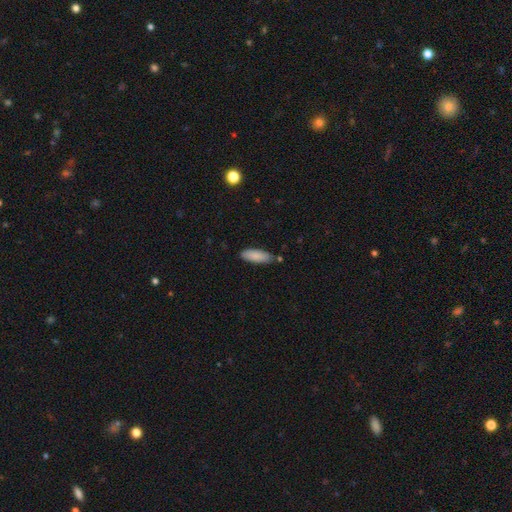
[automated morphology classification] A smooth galaxy with no disk features (87%) that is in between round and cigar-shaped (65%).

Vote fractions:
- Smooth or featured? smooth: 87% / featured or disk: 6% / star or artifact: 6%
- How rounded? in between: 65% / cigar-shaped: 34% / round: 2%
- Merging? none: 78% / minor disturbance: 15% / merger: 4% / major disturbance: 3%